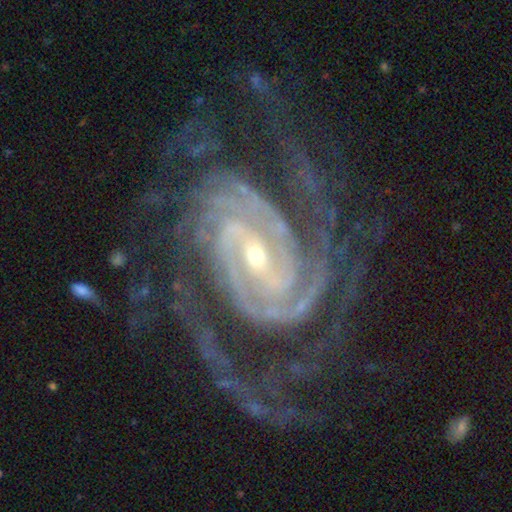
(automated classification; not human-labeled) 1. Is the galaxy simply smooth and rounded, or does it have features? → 94% featured or disk, 4% star or artifact, 2% smooth.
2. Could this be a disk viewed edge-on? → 97% no, 3% yes.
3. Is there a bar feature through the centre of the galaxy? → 39% strong, 38% weak, 23% no.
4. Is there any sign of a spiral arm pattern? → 99% yes, 1% no.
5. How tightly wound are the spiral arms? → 68% tight, 27% medium, 5% loose.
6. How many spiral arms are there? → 32% 2, 19% 3, 18% 4, 13% can't tell, 10% more than 4, 8% 1.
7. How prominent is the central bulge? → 71% small, 26% moderate, 2% large, 1% none, 1% dominant.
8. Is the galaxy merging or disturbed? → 69% none, 15% minor disturbance, 14% major disturbance, 2% merger.